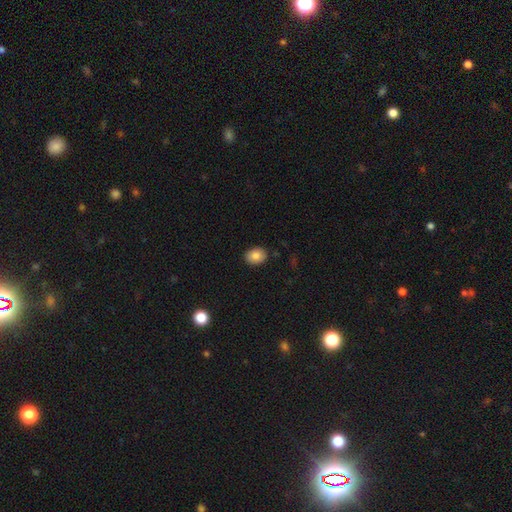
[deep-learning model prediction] This is clearly a smooth galaxy (84%). How rounded: likely in between (65%). Merging: clearly none (89%).